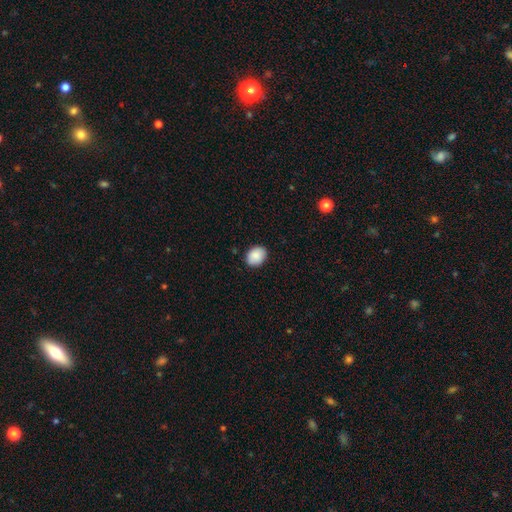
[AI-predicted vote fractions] A smooth galaxy with no disk features (89%) that is in between round and cigar-shaped (64%).

Vote fractions:
- Smooth or featured? smooth: 89% / star or artifact: 7% / featured or disk: 4%
- How rounded? in between: 64% / round: 35% / cigar-shaped: 1%
- Merging? none: 87% / minor disturbance: 10% / major disturbance: 2% / merger: 1%